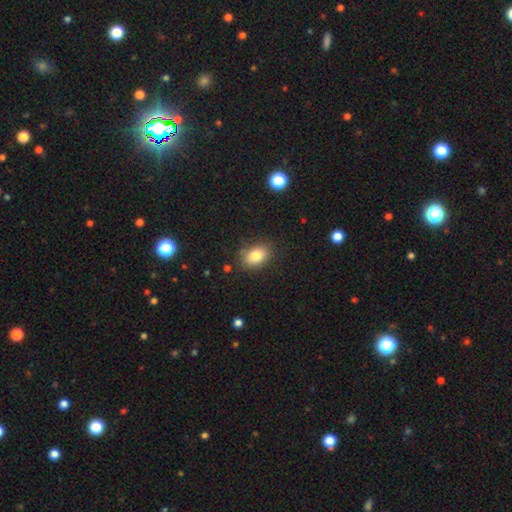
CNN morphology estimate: smooth-or-featured: smooth: 82% | star or artifact: 9% | featured or disk: 9%
  how-rounded: in between: 80% | round: 18% | cigar-shaped: 1%
  merging: none: 82% | minor disturbance: 13% | major disturbance: 3% | merger: 2%